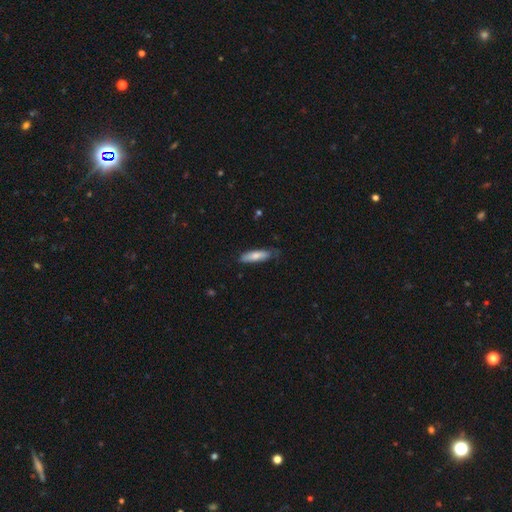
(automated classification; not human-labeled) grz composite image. It shows a smooth galaxy with no disk features (76%) that is cigar-shaped (60%). Merging: none (68%).